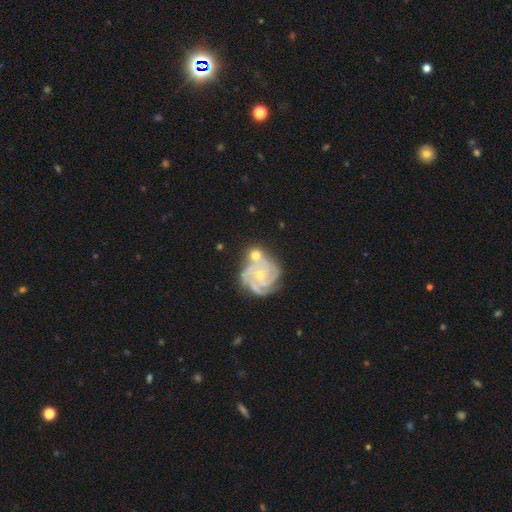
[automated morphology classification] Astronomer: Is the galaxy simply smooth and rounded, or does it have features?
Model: featured or disk — 74%.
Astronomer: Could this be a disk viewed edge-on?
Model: no — 97%.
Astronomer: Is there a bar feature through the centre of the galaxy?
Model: no — 69%.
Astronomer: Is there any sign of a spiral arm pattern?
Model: yes — 95%.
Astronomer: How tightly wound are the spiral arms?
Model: tight — 65%.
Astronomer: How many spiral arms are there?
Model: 3 — 45% (runner-up: 4, 29%).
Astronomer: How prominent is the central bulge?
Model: small — 55% (runner-up: moderate, 40%).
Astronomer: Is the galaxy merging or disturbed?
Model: none — 53%.